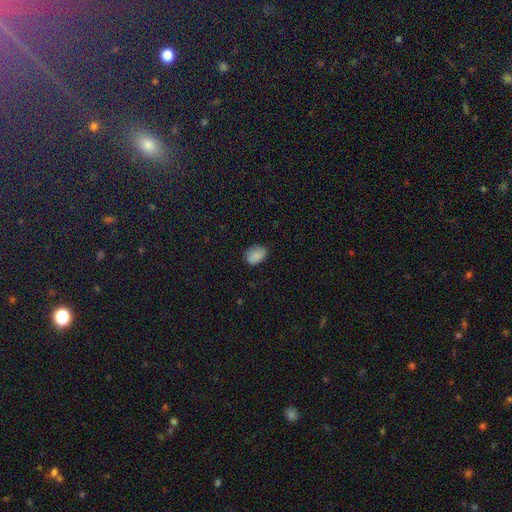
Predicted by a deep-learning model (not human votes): Smooth or featured: smooth — 85% (star or artifact — 9%)
How rounded: in between — 69% (round — 30%)
Merging: none — 76% (minor disturbance — 19%)